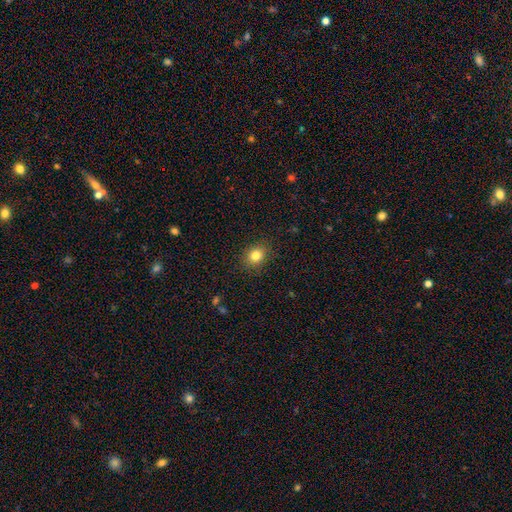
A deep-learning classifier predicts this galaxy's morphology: smooth-or-featured: smooth: 82% | star or artifact: 11% | featured or disk: 7%
  how-rounded: round: 63% | in between: 36% | cigar-shaped: 1%
  merging: none: 88% | minor disturbance: 9% | major disturbance: 3% | merger: 1%